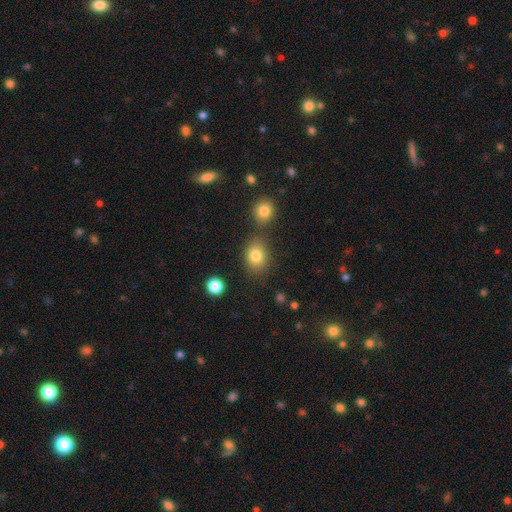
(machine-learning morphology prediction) smooth_or_featured: smooth (p=0.82) [alt: star or artifact p=0.11]
how_rounded: in between (p=0.56) [alt: round p=0.43]
merging: none (p=0.70) [alt: merger p=0.14]